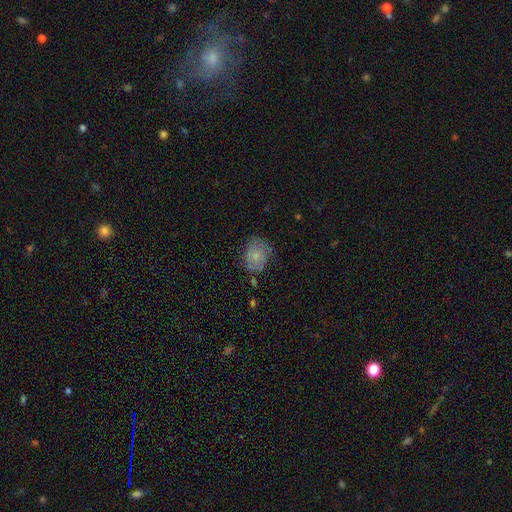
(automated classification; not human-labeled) Smooth or featured? smooth (55%)
How rounded? round (58%)
Merging? none (61%)